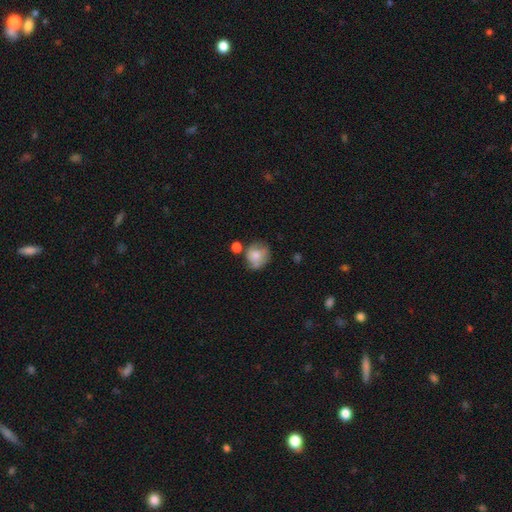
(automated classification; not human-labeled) smooth-or-featured: smooth: 64% | featured or disk: 27% | star or artifact: 9%
  how-rounded: round: 77% | in between: 22% | cigar-shaped: 1%
  merging: none: 55% | minor disturbance: 26% | merger: 11% | major disturbance: 9%